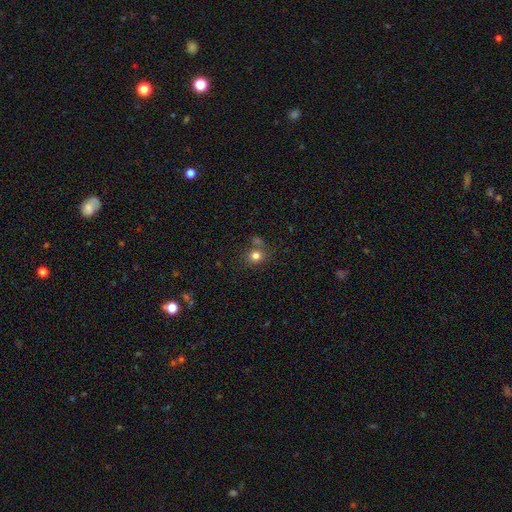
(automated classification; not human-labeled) Overall: smooth (79%). How rounded: round (79%). Merging: none (69%).